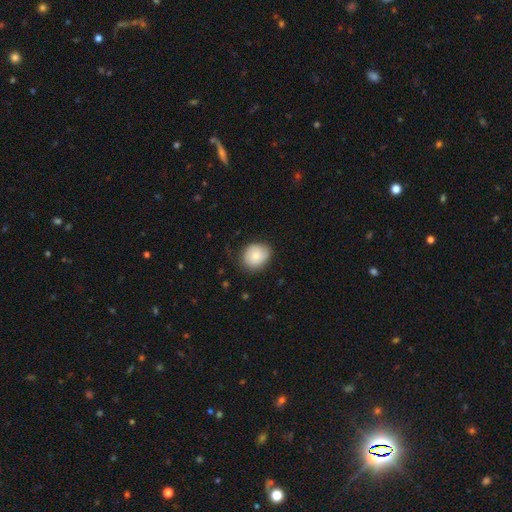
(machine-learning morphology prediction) A smooth galaxy with no disk features (78%) that is round (65%). Merging: none (73%).